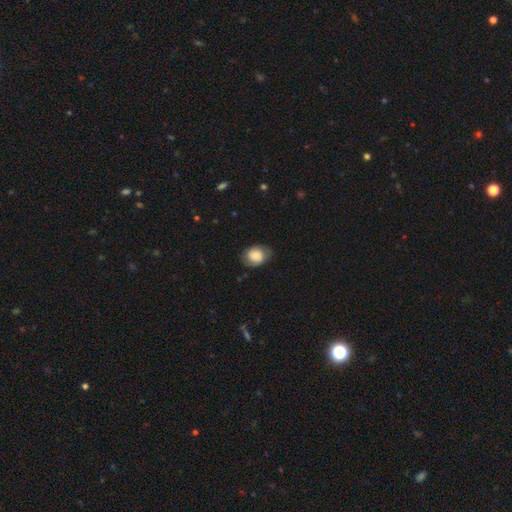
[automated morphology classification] type=smooth (74%); roundness=in between (58%); merging=none (69%).